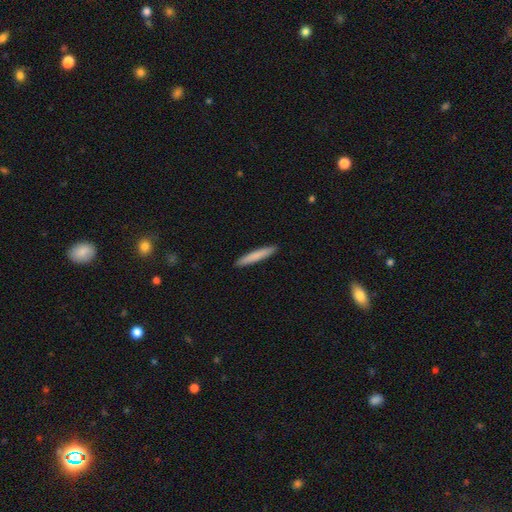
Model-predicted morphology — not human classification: Smooth or featured? Predicted: smooth (p=0.79). How rounded? Predicted: cigar-shaped (p=0.95). Merging? Predicted: none (p=0.93).